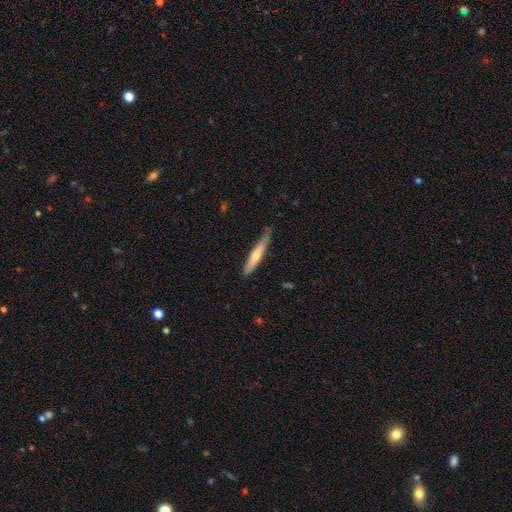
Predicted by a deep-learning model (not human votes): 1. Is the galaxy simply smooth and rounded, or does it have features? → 58% smooth, 36% featured or disk, 5% star or artifact.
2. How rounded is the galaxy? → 92% cigar-shaped, 7% in between, 1% round.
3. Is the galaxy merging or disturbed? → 71% none, 24% minor disturbance, 4% major disturbance, 2% merger.